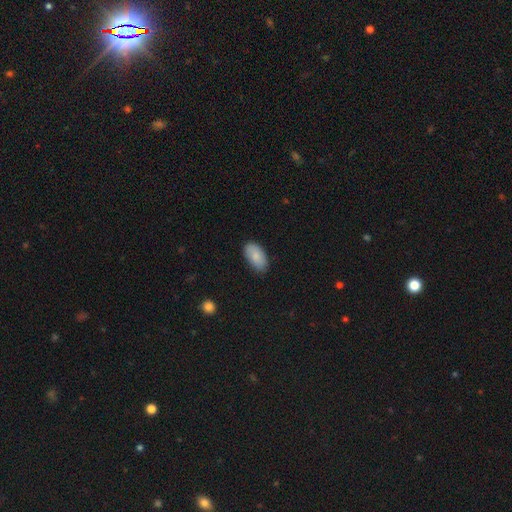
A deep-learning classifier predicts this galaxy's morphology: smooth 86%, featured or disk 8%, star or artifact 6%. Down the decision tree: how rounded — in between (95%); merging — none (82%).